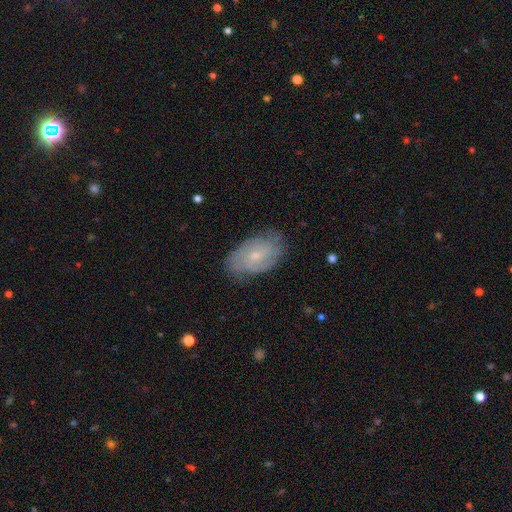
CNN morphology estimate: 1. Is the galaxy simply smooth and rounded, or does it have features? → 60% featured or disk, 33% smooth, 7% star or artifact.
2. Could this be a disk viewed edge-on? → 94% no, 6% yes.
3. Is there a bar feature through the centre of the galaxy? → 68% no, 28% weak, 4% strong.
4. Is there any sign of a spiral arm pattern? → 81% yes, 19% no.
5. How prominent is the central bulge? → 65% small, 31% moderate, 3% none, 1% large, 1% dominant.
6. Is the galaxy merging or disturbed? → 73% none, 21% minor disturbance, 5% major disturbance, 1% merger.